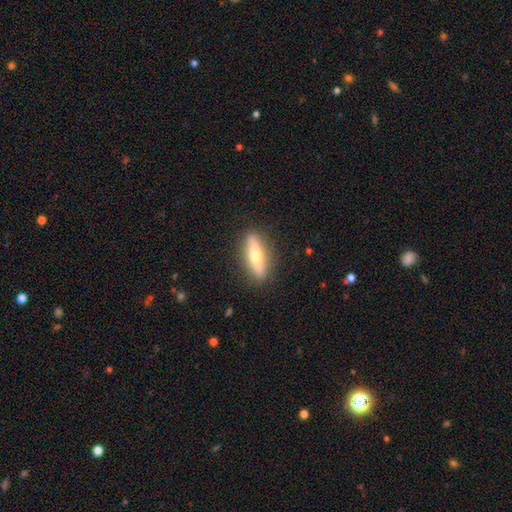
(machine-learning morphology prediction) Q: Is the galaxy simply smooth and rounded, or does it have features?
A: smooth — 48%.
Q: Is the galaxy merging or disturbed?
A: none — 88%.